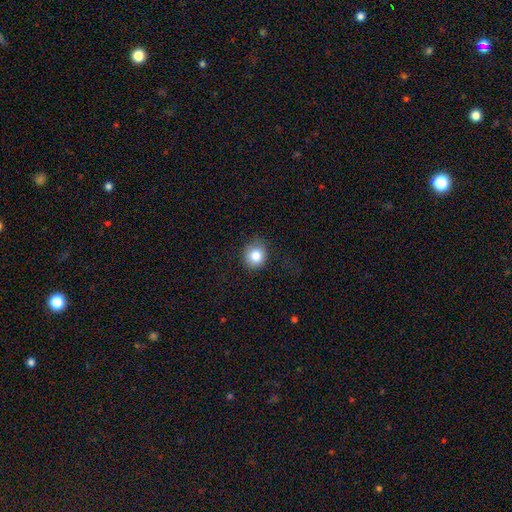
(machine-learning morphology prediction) This appears to be a smooth galaxy with no disk features (83%) that is round (83%). Merging: none (80%).